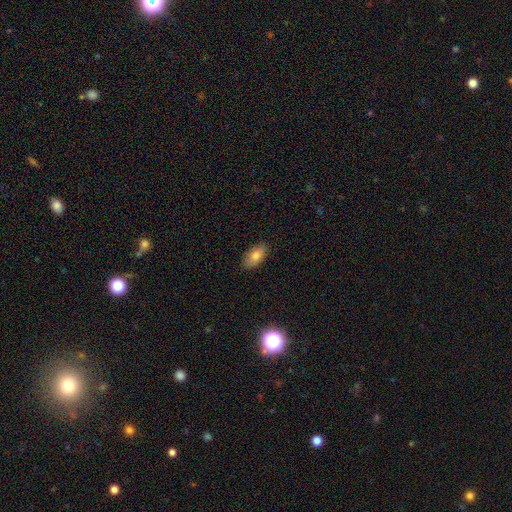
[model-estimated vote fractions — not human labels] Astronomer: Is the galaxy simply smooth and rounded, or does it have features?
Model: smooth — 80%.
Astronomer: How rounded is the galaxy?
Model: in between — 93%.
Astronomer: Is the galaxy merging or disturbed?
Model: none — 85%.